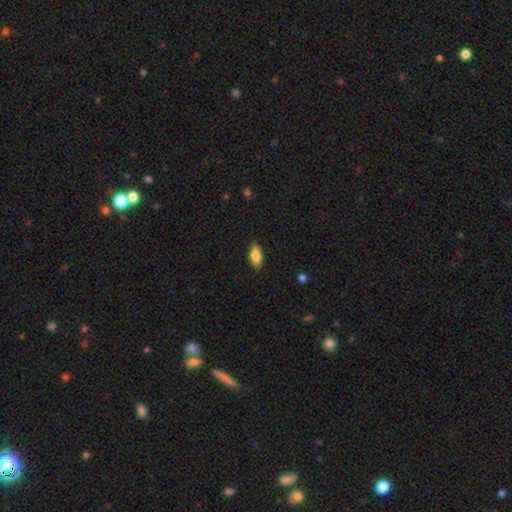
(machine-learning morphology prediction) Smooth or featured? smooth (80%)
How rounded? in between (84%)
Merging? none (85%)